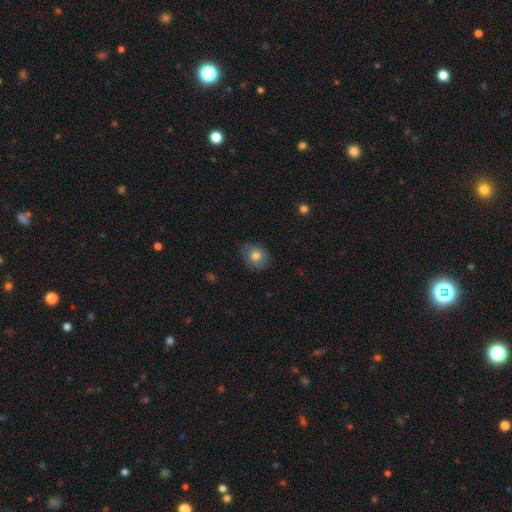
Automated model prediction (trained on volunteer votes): Smooth or featured? Predicted: smooth (p=0.79). How rounded? Predicted: round (p=0.61). Merging? Predicted: none (p=0.80).